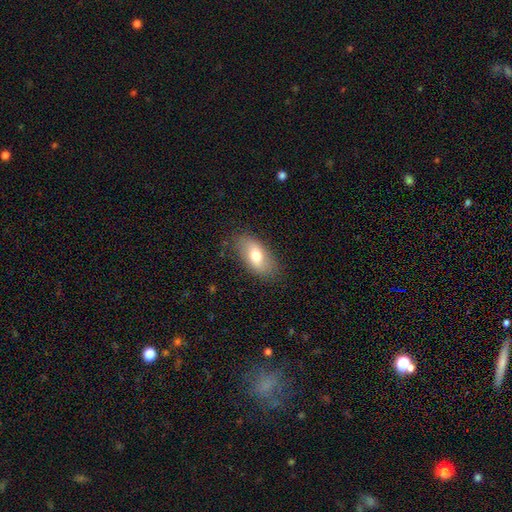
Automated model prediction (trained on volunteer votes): Overall: smooth (69%). How rounded: in between (91%). Merging: none (81%).